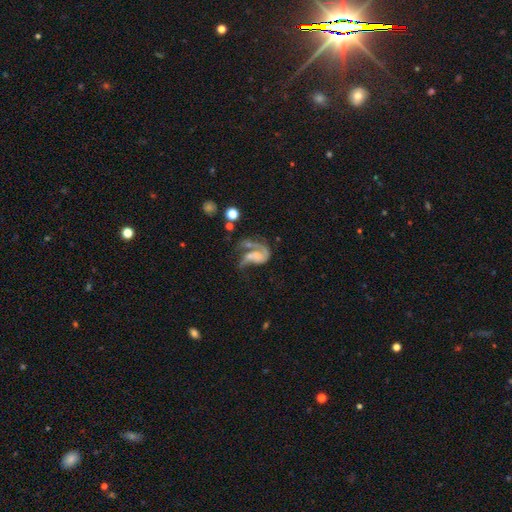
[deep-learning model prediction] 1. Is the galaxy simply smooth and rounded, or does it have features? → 71% featured or disk, 20% smooth, 9% star or artifact.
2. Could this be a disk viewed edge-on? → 98% no, 2% yes.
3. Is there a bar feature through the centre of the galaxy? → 66% no, 25% weak, 9% strong.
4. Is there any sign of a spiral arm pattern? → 80% yes, 20% no.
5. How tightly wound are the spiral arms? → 47% loose, 36% medium, 17% tight.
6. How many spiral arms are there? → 55% 1, 33% 2, 7% can't tell, 2% 3, 1% 4, 1% more than 4.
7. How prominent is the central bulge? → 34% none, 32% small, 24% moderate, 7% large, 2% dominant.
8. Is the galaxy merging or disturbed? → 40% major disturbance, 29% merger, 20% none, 12% minor disturbance.